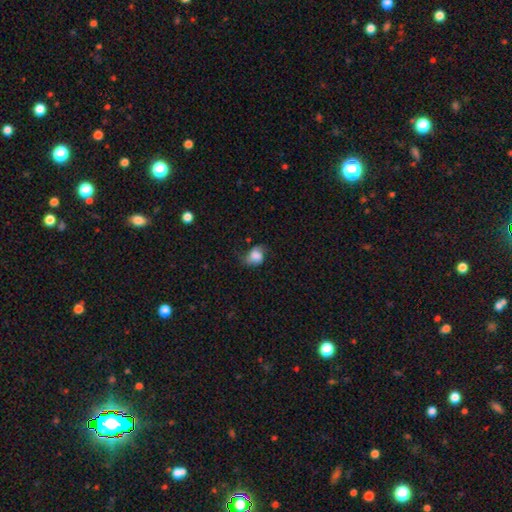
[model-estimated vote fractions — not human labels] smooth 73%, featured or disk 18%, star or artifact 9%. Down the decision tree: how rounded — in between (56%); merging — none (44%).